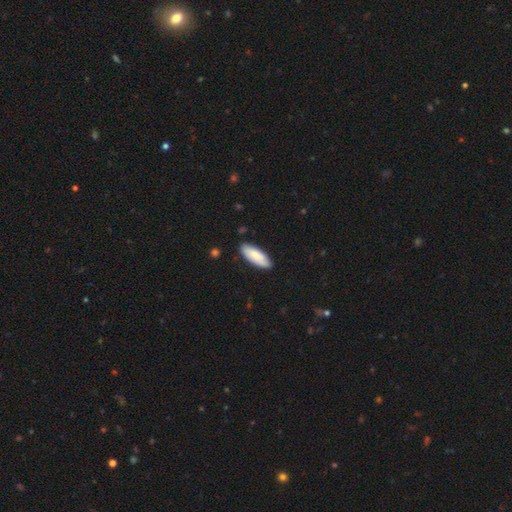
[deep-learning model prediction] This appears to be a smooth galaxy with no disk features (81%) that is in between round and cigar-shaped (71%). Merging: none (84%).